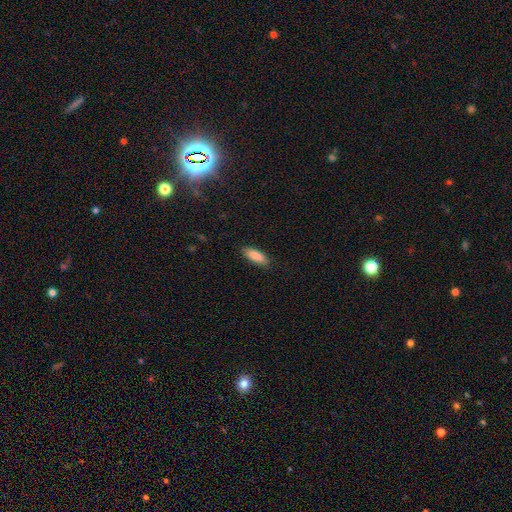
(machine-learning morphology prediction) The model was most divided on "how rounded": in between: 67%, cigar-shaped: 31%, round: 2%. More confident: smooth or featured — smooth (88%); merging — none (86%).